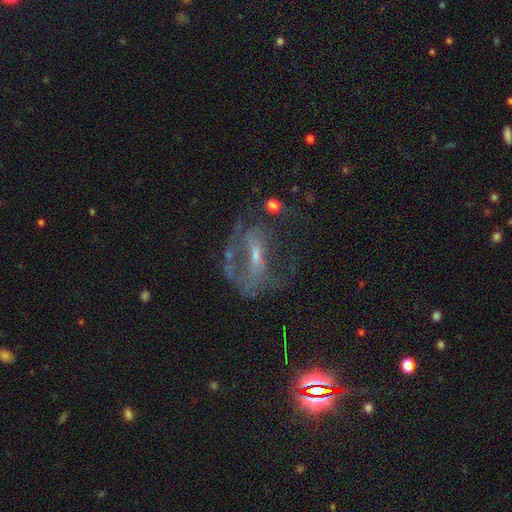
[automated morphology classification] This is likely a featured or disk galaxy (68%). It is clearly not viewed edge-on (92%). Bar: marginally no (36%, tied with weak). Spiral arm pattern: possibly yes (55%). Central bulge: likely small (60%). Merging: marginally major disturbance (40%).